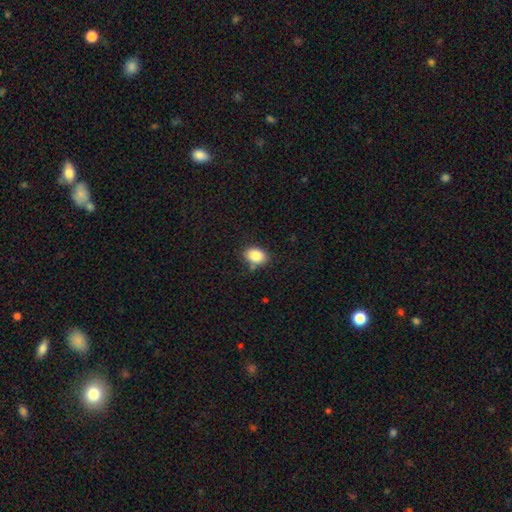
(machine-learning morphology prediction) Smooth or featured: smooth — 85% (star or artifact — 9%)
How rounded: in between — 73% (round — 26%)
Merging: none — 77% (minor disturbance — 15%)